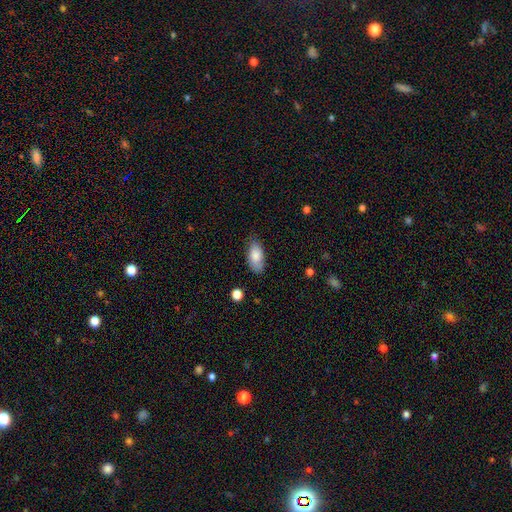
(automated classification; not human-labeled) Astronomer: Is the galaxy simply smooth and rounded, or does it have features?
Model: smooth — 83%.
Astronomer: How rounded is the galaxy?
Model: in between — 92%.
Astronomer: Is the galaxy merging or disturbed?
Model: none — 73%.